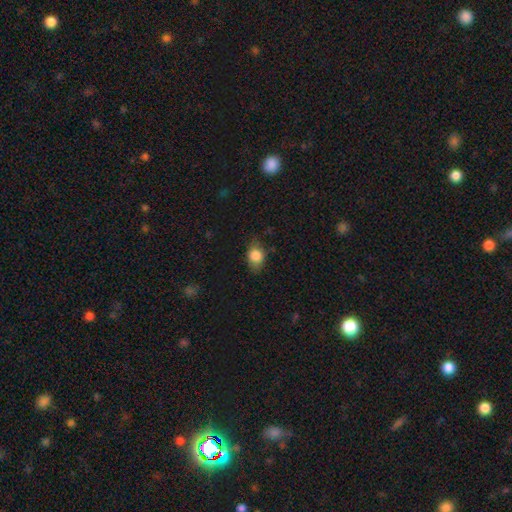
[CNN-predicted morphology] Overall: smooth (82%). How rounded: in between (71%). Merging: none (70%).